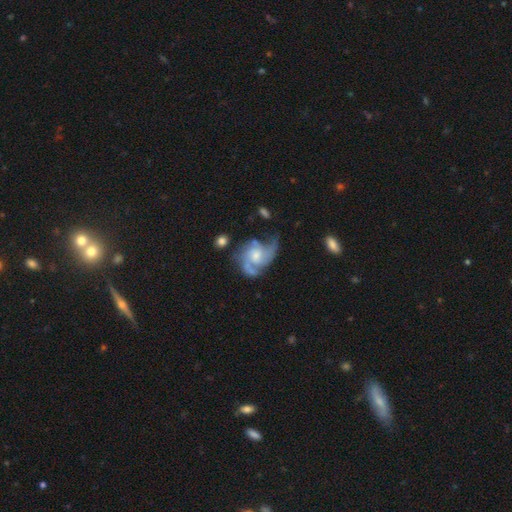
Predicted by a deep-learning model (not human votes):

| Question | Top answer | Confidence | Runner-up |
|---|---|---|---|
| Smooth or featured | featured or disk | 81% | smooth (13%) |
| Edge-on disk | no | 98% | yes (2%) |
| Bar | no | 67% | weak (29%) |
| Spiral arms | yes | 91% | no (9%) |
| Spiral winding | medium | 47% | loose (31%) |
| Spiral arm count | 2 | 37% | 3 (30%) |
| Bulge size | small | 49% | moderate (39%) |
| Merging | none | 40% | major disturbance (29%) |